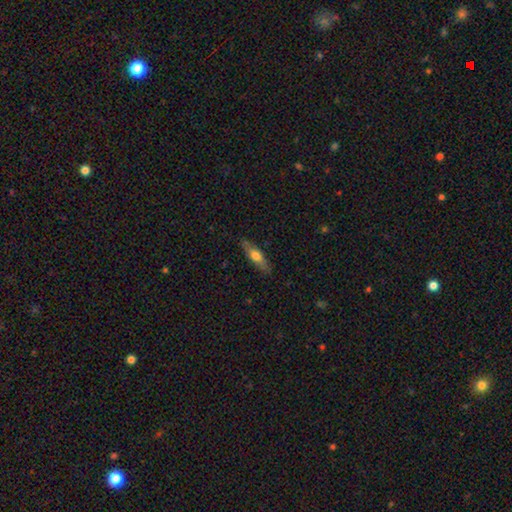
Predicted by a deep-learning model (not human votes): Smooth or featured?
  - smooth: 56% *
  - featured or disk: 38%
  - star or artifact: 6%
How rounded?
  - cigar-shaped: 62% *
  - in between: 35%
  - round: 2%
Merging?
  - none: 86% *
  - minor disturbance: 11%
  - major disturbance: 2%
  - merger: 1%